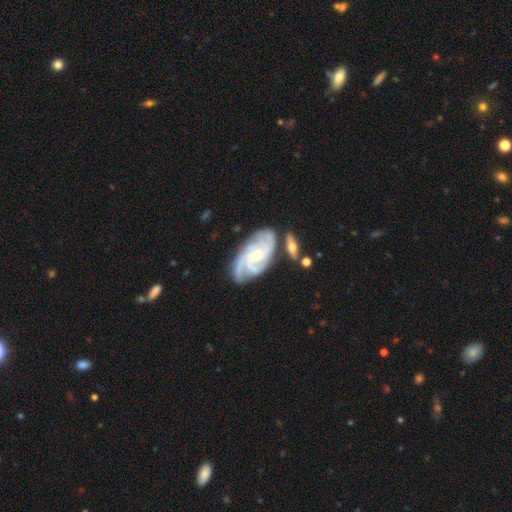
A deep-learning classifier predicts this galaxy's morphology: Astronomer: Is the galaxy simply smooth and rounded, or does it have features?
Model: featured or disk — 87%.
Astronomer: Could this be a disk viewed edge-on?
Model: no — 96%.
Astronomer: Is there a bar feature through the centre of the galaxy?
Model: no — 61%.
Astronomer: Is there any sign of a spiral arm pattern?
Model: yes — 97%.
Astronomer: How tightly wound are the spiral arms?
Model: tight — 62%.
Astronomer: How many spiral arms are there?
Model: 3 — 31%, tied with 4 at 31%.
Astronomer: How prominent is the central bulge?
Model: small — 54% (runner-up: moderate, 37%).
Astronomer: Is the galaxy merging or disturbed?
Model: none — 69%.